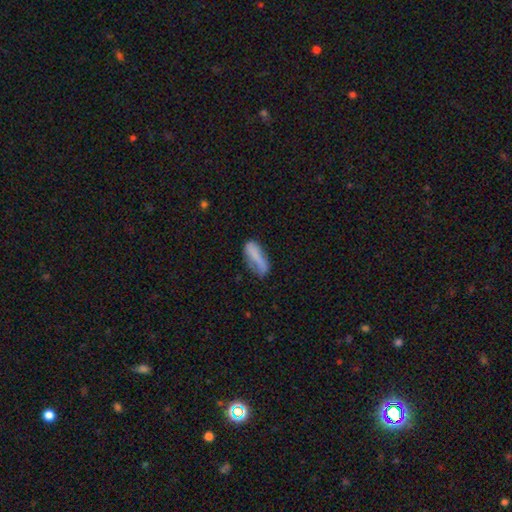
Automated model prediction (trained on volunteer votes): This is likely a smooth galaxy (72%). How rounded: possibly in between (51%). Merging: possibly none (54%).